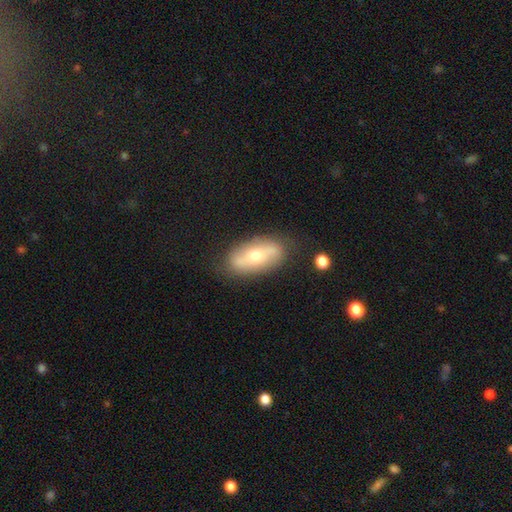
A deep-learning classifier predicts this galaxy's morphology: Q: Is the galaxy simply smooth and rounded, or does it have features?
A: featured or disk — 53%.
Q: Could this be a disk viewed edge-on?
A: no — 82%.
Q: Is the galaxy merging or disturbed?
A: none — 79%.